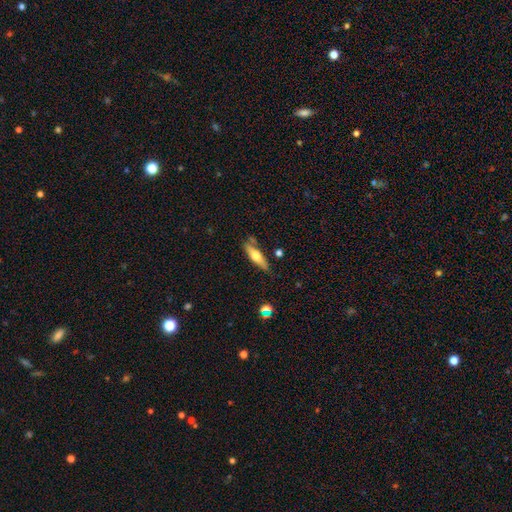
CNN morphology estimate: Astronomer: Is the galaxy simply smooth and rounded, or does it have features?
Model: smooth — 53% (runner-up: featured or disk, 40%).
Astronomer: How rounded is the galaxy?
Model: cigar-shaped — 61% (runner-up: in between, 37%).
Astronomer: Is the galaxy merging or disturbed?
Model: none — 69%.